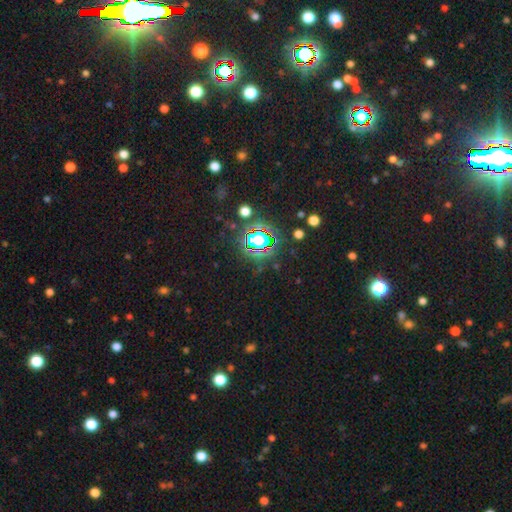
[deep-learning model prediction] This is clearly a star or artifact rather than a galaxy (82%).